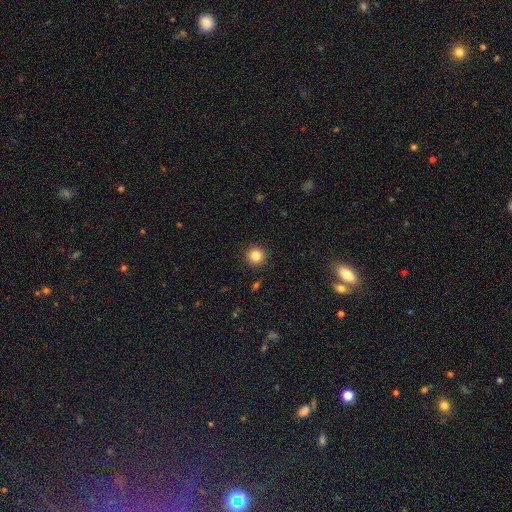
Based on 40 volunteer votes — Smooth or featured? smooth (82%)
How rounded? round (100%)
Merging? none (95%)